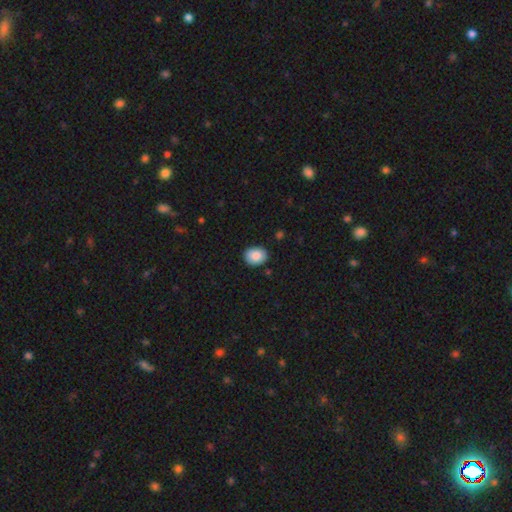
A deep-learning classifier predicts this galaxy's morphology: The model was most divided on "how rounded": in between: 61%, round: 38%, cigar-shaped: 1%. More confident: merging — none (87%); smooth or featured — smooth (86%).